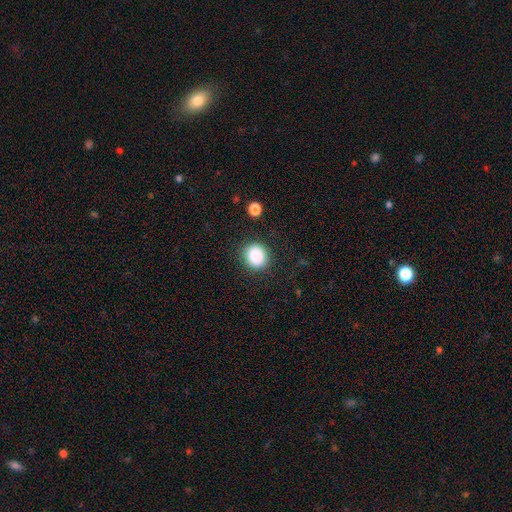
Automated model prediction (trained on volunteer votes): This is clearly a smooth galaxy (87%). How rounded: clearly round (82%). Merging: clearly none (87%).